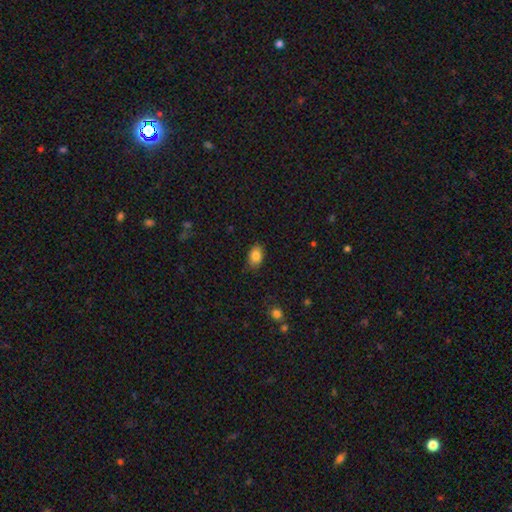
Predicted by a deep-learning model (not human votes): Overall: smooth (85%). How rounded: in between (84%). Merging: none (83%).